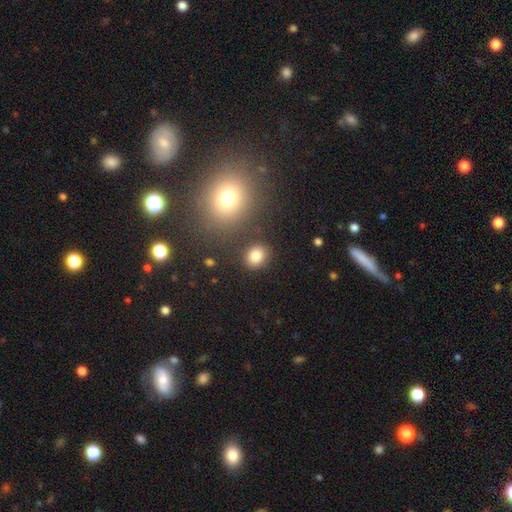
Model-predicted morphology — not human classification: This appears to be a smooth galaxy with no disk features (83%) that is round (60%). Merging: none (82%).